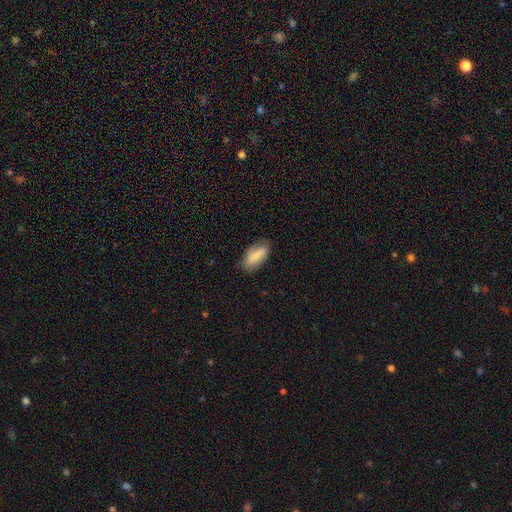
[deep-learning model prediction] Q: Smooth or featured?
A: smooth (75%); runner-up: featured or disk (18%)
Q: How rounded?
A: in between (89%); runner-up: cigar-shaped (8%)
Q: Merging?
A: none (77%); runner-up: minor disturbance (18%)